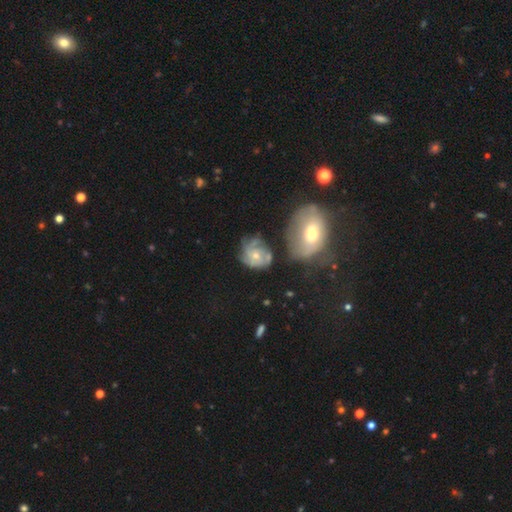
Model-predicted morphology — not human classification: A featured or disk galaxy (64%) with no bar (78%), spiral arms (80%) and a small central bulge (55%).

Vote fractions:
- Smooth or featured? featured or disk: 64% / smooth: 27% / star or artifact: 9%
- Edge-on disk? no: 97% / yes: 3%
- Bar? no: 78% / weak: 19% / strong: 3%
- Spiral arms? yes: 80% / no: 20%
- Bulge size? small: 55% / moderate: 40% / none: 2% / large: 2% / dominant: 1%
- Merging? none: 44% / minor disturbance: 22% / merger: 17% / major disturbance: 17%